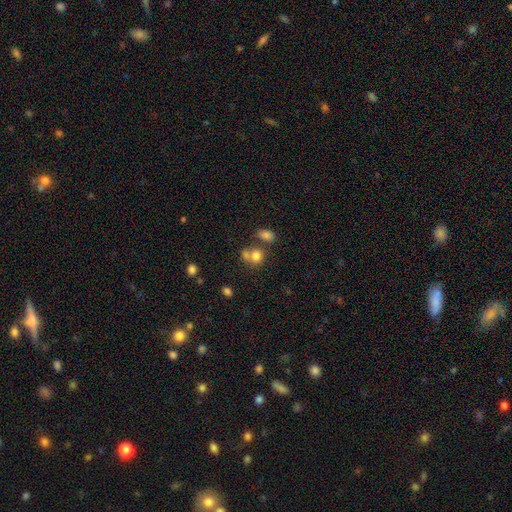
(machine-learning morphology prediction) smooth-or-featured: smooth: 44% | star or artifact: 43% | featured or disk: 13%
  merging: none: 55% | merger: 27% | minor disturbance: 10% | major disturbance: 7%